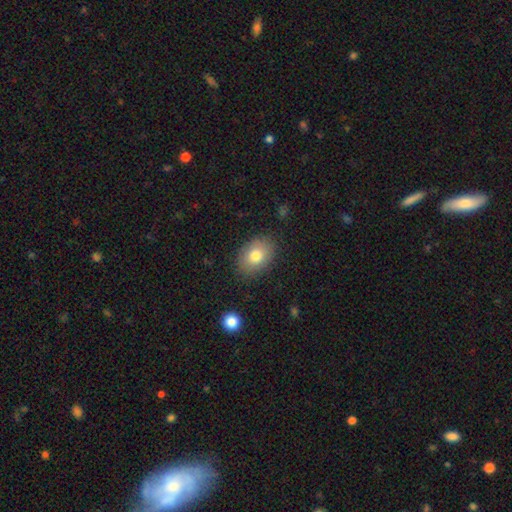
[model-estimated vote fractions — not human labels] A smooth galaxy with no disk features (78%) that is in between round and cigar-shaped (78%).

Vote fractions:
- Smooth or featured? smooth: 78% / featured or disk: 13% / star or artifact: 9%
- How rounded? in between: 78% / round: 21% / cigar-shaped: 1%
- Merging? none: 84% / minor disturbance: 11% / major disturbance: 3% / merger: 1%